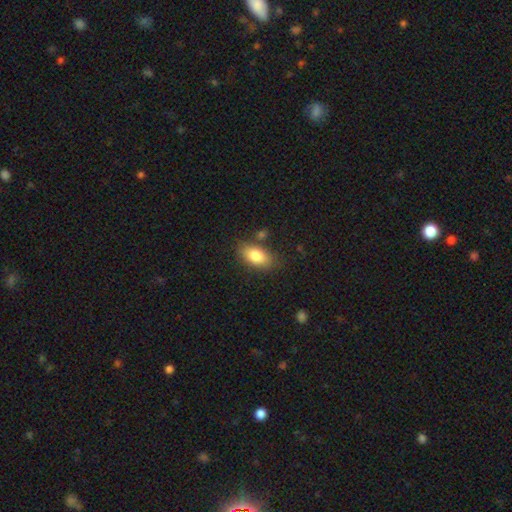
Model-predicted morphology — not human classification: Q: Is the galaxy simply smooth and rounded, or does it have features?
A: smooth — 82%.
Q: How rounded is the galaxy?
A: in between — 90%.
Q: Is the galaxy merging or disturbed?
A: none — 76%.